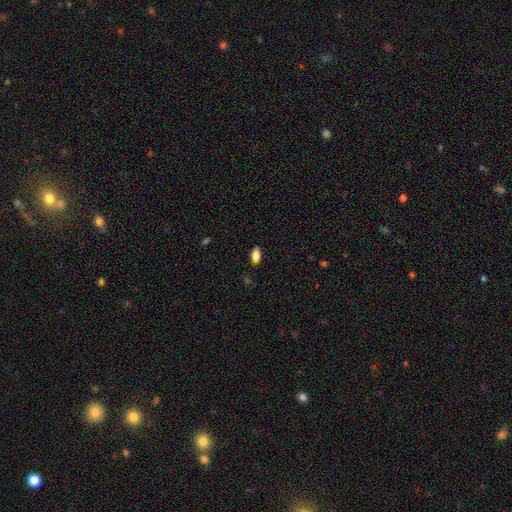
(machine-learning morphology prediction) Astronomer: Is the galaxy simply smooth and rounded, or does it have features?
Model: smooth — 85%.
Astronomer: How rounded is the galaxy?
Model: in between — 91%.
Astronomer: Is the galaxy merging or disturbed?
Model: none — 85%.